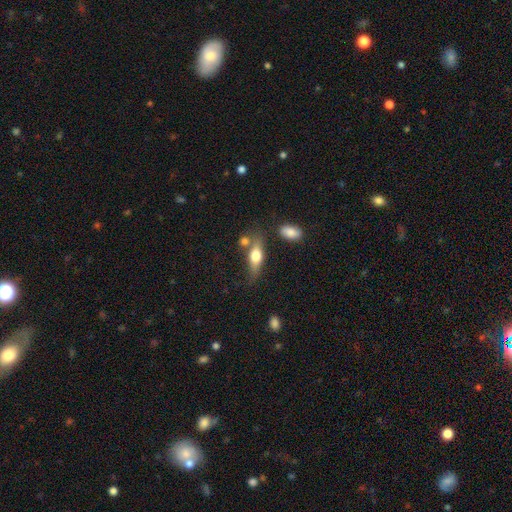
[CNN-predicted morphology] smooth 60%, featured or disk 32%, star or artifact 8%. Down the decision tree: how rounded — in between (60%); merging — none (57%).